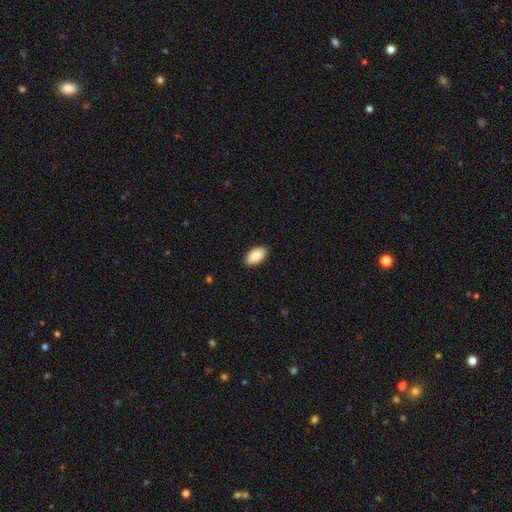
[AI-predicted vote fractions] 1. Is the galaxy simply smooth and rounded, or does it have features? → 87% smooth, 7% featured or disk, 6% star or artifact.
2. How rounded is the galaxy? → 95% in between, 3% round, 2% cigar-shaped.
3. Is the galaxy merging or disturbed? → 90% none, 8% minor disturbance, 2% major disturbance, 1% merger.